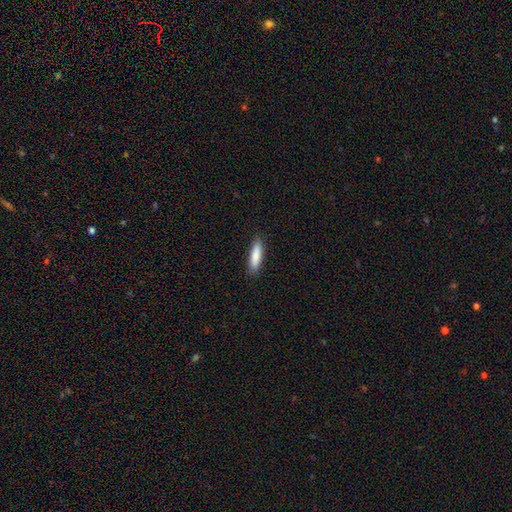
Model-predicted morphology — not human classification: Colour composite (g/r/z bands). It shows a smooth galaxy with no disk features (85%) that is cigar-shaped (76%). Merging: none (89%).